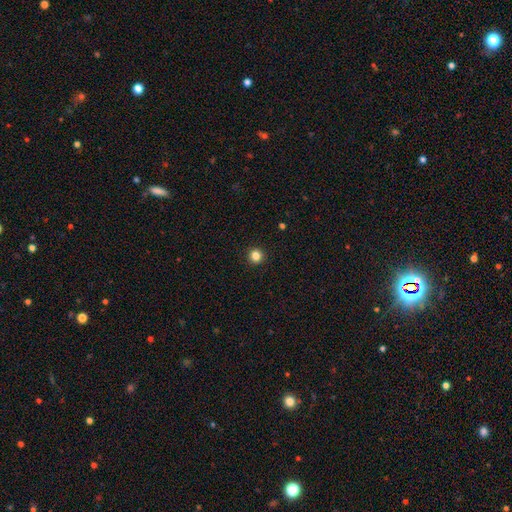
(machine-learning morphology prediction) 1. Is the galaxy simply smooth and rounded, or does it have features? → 84% smooth, 12% star or artifact, 4% featured or disk.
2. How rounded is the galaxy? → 95% round, 4% in between, 1% cigar-shaped.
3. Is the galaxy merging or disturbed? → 94% none, 4% minor disturbance, 1% major disturbance, 1% merger.